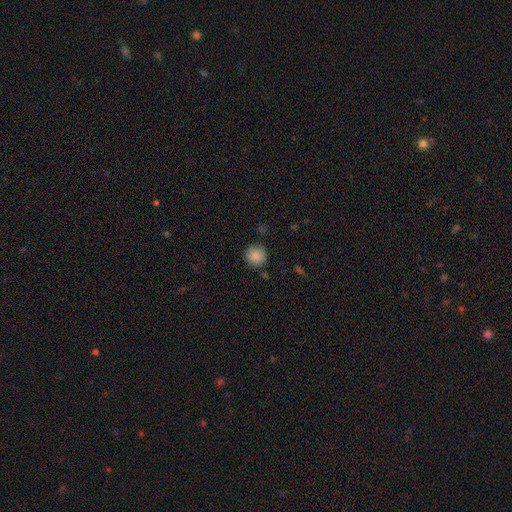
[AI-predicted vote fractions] The model was most divided on "merging": none: 86%, minor disturbance: 9%, merger: 3%, major disturbance: 3%. More confident: how rounded — round (93%); smooth or featured — smooth (88%).